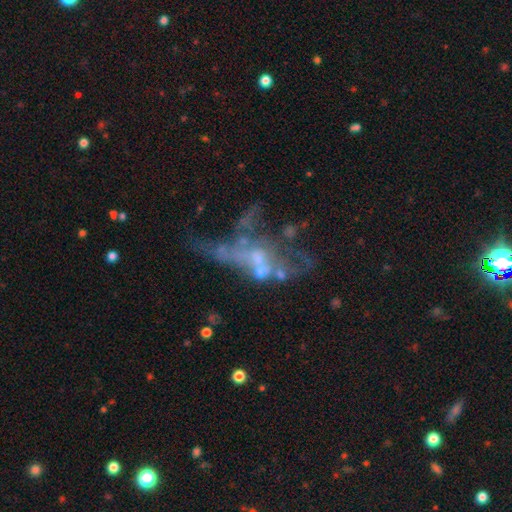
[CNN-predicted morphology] smooth_or_featured: featured or disk (p=0.59) [alt: smooth p=0.23]
disk_edge_on: no (p=0.94) [alt: yes p=0.06]
bar: no (p=0.88) [alt: weak p=0.09]
has_spiral_arms: no (p=0.86) [alt: yes p=0.14]
bulge_size: none (p=0.48) [alt: small p=0.27]
merging: major disturbance (p=0.35) [alt: merger p=0.33]